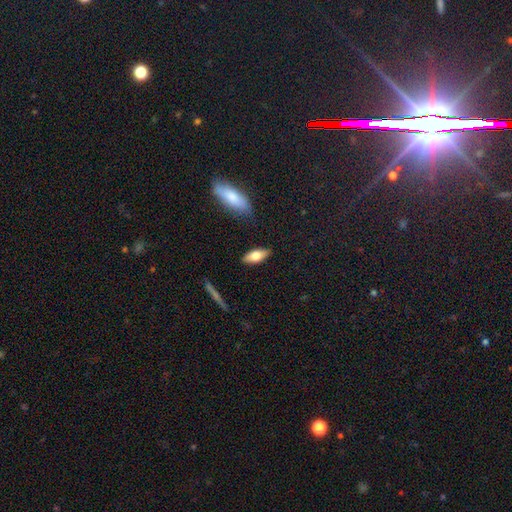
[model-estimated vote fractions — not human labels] The model was most divided on "smooth or featured": smooth: 68%, featured or disk: 26%, star or artifact: 6%. More confident: merging — none (86%); how rounded — in between (78%).